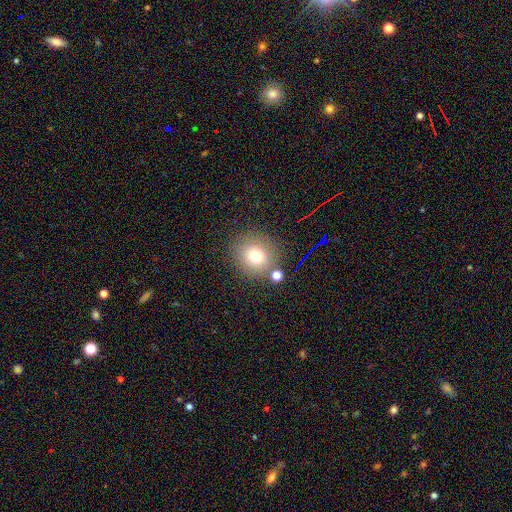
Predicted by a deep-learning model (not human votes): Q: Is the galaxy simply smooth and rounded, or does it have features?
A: smooth — 73%.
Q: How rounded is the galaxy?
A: round — 89%.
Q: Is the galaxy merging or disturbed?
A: none — 79%.